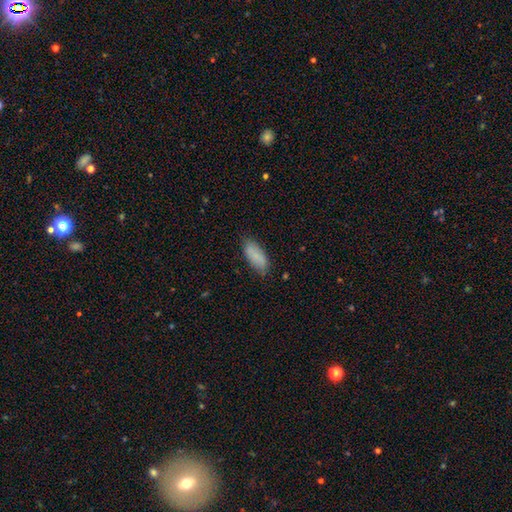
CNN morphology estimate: type=smooth (83%); roundness=in between (82%); merging=none (77%).